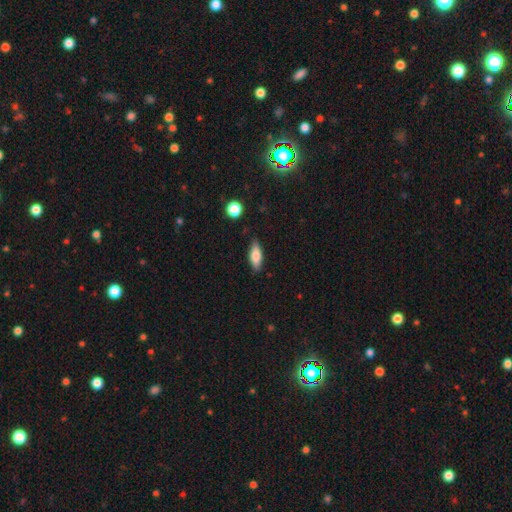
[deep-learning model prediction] smooth-or-featured: smooth: 76% | featured or disk: 17% | star or artifact: 7%
  how-rounded: in between: 69% | cigar-shaped: 29% | round: 3%
  merging: none: 83% | minor disturbance: 13% | major disturbance: 3% | merger: 2%